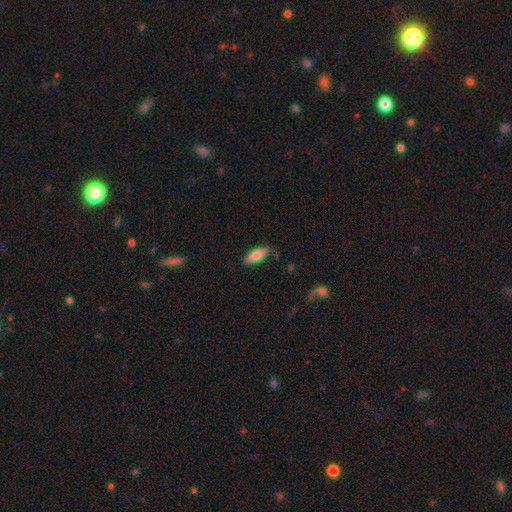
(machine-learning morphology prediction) Smooth or featured?
  - smooth: 77% *
  - featured or disk: 17%
  - star or artifact: 6%
How rounded?
  - in between: 76% *
  - cigar-shaped: 22%
  - round: 2%
Merging?
  - none: 79% *
  - minor disturbance: 16%
  - major disturbance: 3%
  - merger: 2%